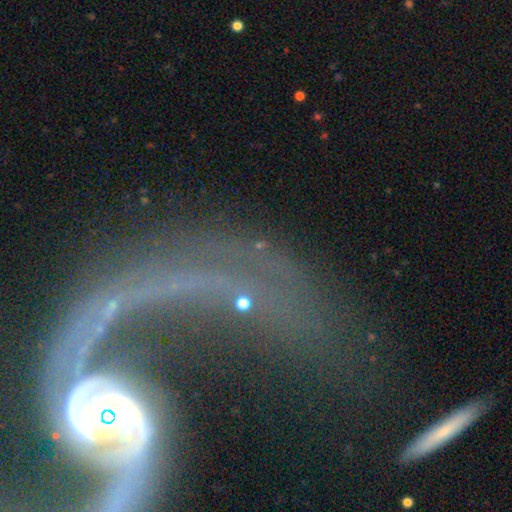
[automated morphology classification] Overall: featured or disk (57%; star or artifact 25%). Edge-on disk: no (77%). Merging: none (40%; major disturbance 28%).